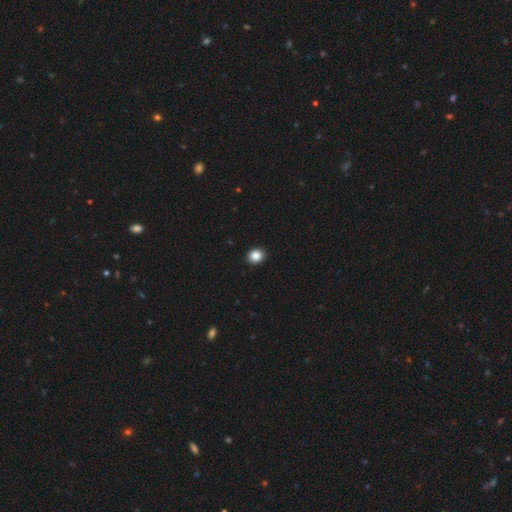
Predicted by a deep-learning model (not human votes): This is clearly a smooth galaxy (86%). How rounded: likely round (76%). Merging: clearly none (93%).